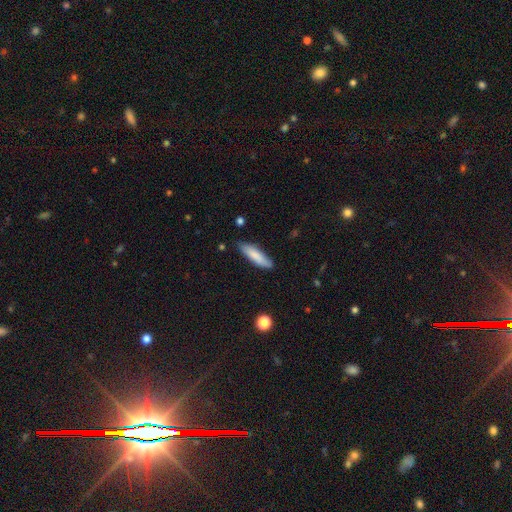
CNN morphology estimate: Smooth or featured: smooth — 82% (featured or disk — 12%)
How rounded: cigar-shaped — 67% (in between — 31%)
Merging: none — 81% (minor disturbance — 15%)